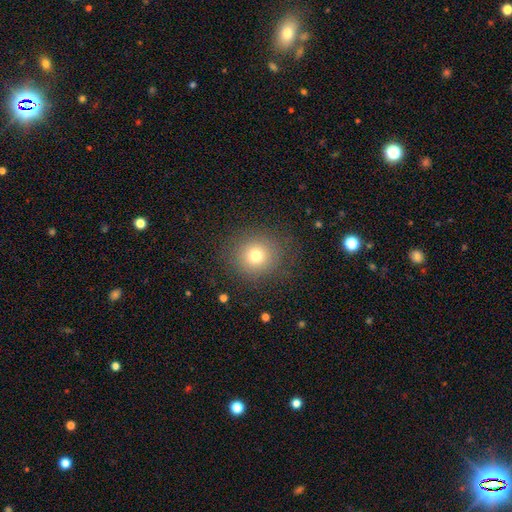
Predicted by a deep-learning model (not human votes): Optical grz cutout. It shows a smooth galaxy with no disk features (75%) that is round (90%). Merging: none (84%).